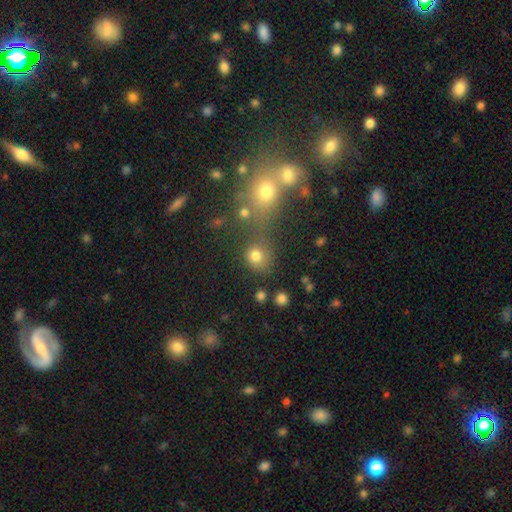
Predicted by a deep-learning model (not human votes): smooth-or-featured: smooth: 76% | star or artifact: 16% | featured or disk: 8%
  how-rounded: round: 81% | in between: 18% | cigar-shaped: 1%
  merging: none: 60% | merger: 22% | minor disturbance: 12% | major disturbance: 7%